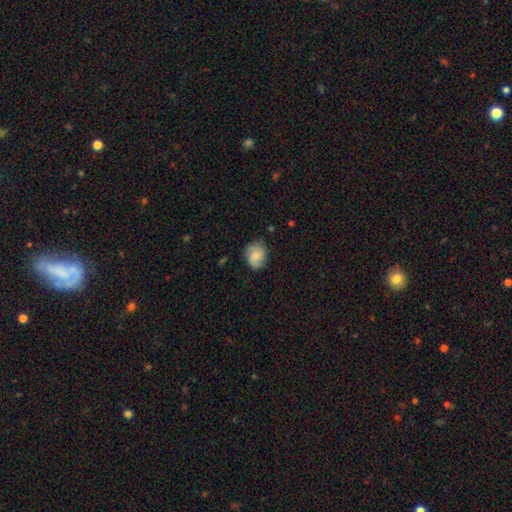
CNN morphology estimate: The model was most divided on "how rounded": round: 53%, in between: 46%, cigar-shaped: 1%. More confident: smooth or featured — smooth (73%); merging — none (70%).